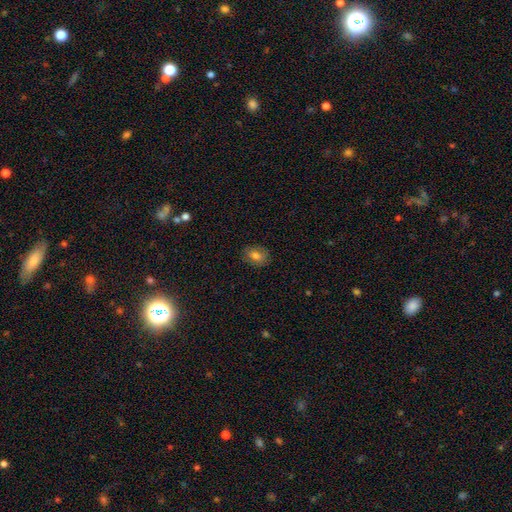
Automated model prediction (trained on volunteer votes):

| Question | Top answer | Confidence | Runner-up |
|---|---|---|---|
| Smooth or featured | smooth | 76% | featured or disk (15%) |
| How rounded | in between | 70% | round (29%) |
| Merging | none | 85% | minor disturbance (11%) |